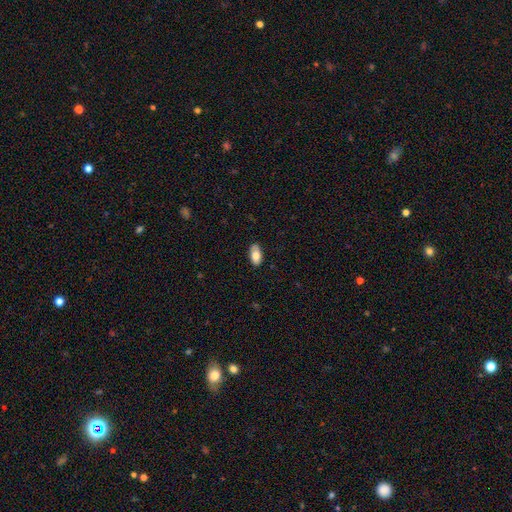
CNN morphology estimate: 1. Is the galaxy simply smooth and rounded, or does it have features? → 76% smooth, 18% featured or disk, 7% star or artifact.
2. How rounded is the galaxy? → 92% in between, 4% cigar-shaped, 3% round.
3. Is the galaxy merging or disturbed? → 81% none, 16% minor disturbance, 3% major disturbance, 1% merger.